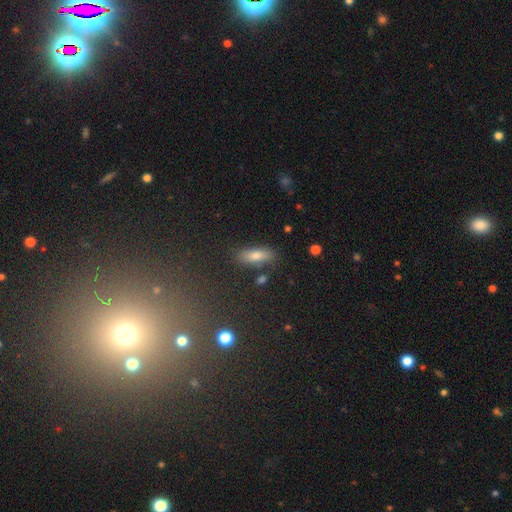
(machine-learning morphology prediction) Smooth or featured? Predicted: smooth (p=0.67). How rounded? Predicted: in between (p=0.58). Merging? Predicted: none (p=0.83).